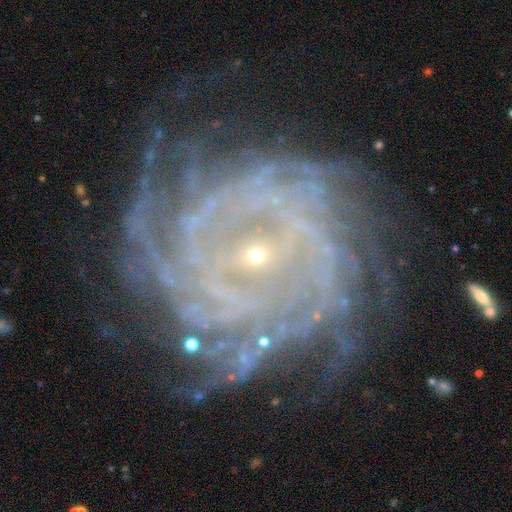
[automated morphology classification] A featured or disk galaxy (90%) with a weak bar (40%), more than 4 (28%) tight (78%) spiral arms (97%) and a small central bulge (86%). Merging: none (68%).